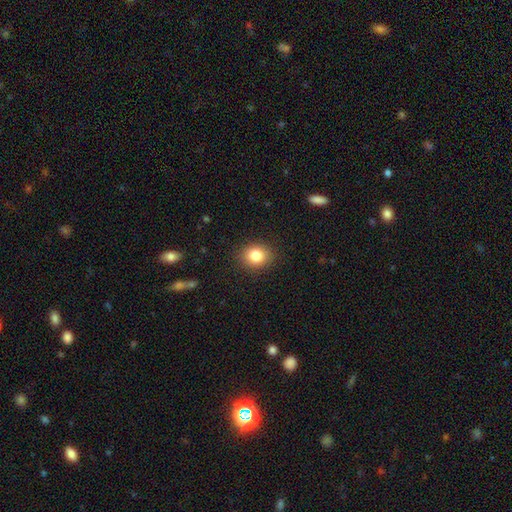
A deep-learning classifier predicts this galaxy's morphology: smooth_or_featured: smooth (p=0.84) [alt: star or artifact p=0.10]
how_rounded: round (p=0.64) [alt: in between p=0.35]
merging: none (p=0.88) [alt: minor disturbance p=0.08]